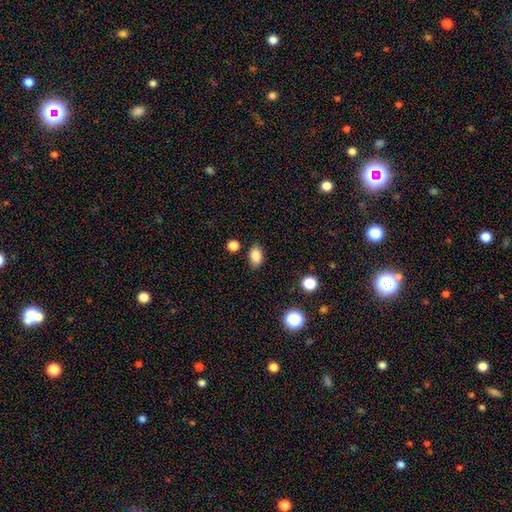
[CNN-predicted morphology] Overall: smooth (85%). How rounded: in between (85%). Merging: none (81%).